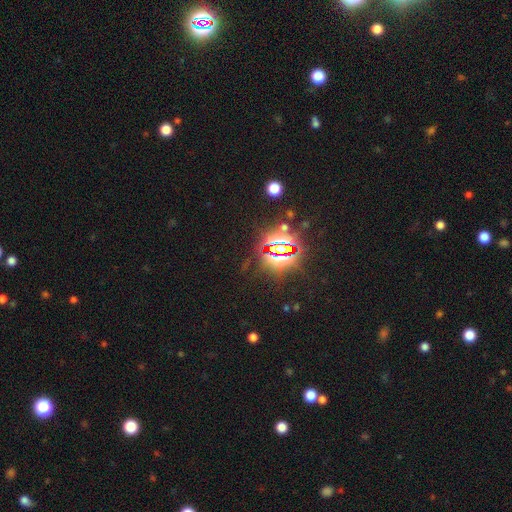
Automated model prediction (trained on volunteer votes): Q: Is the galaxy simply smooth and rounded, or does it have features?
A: star or artifact — 85%.